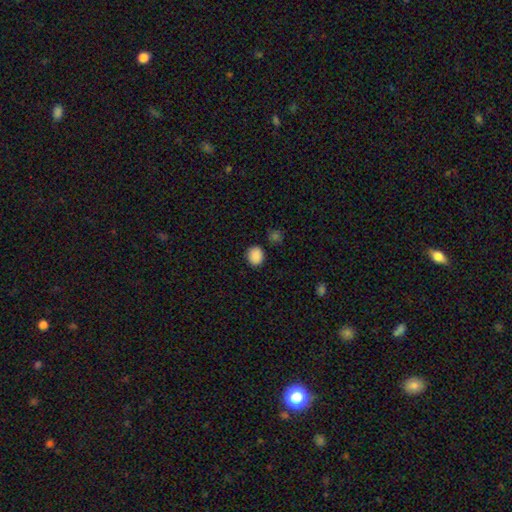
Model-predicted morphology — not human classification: Smooth or featured? smooth (88%)
How rounded? round (69%)
Merging? none (87%)